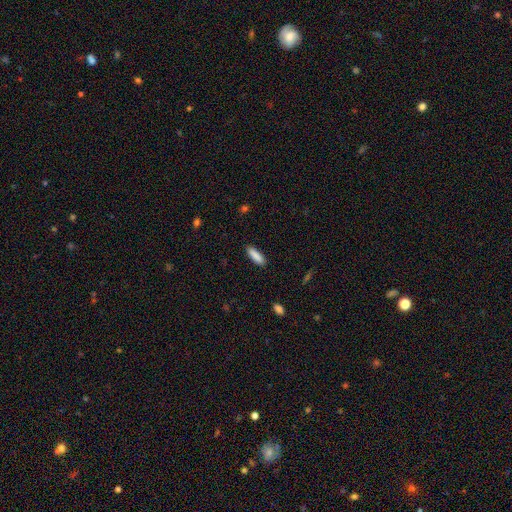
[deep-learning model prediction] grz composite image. It shows a smooth galaxy with no disk features (88%) that is cigar-shaped (61%). Merging: none (89%).